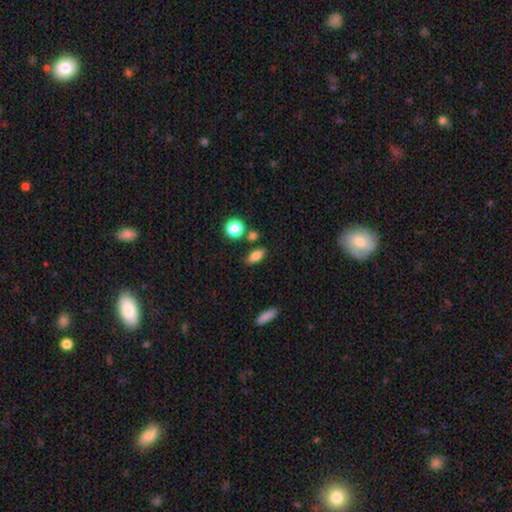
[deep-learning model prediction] This appears to be a smooth galaxy with no disk features (80%) that is in between round and cigar-shaped (77%). Merging: none (80%).